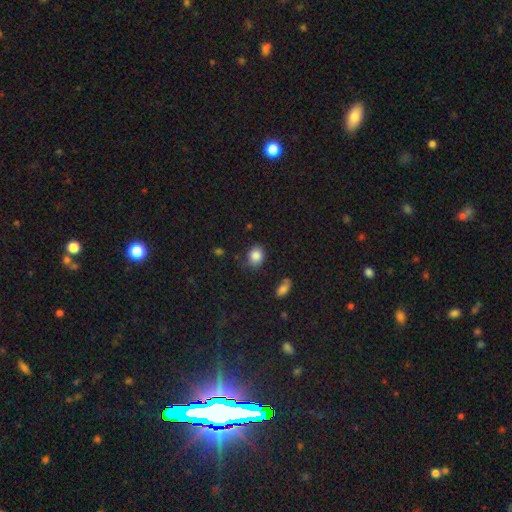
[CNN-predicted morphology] A smooth galaxy with no disk features (86%) that is round (58%). Merging: none (73%).